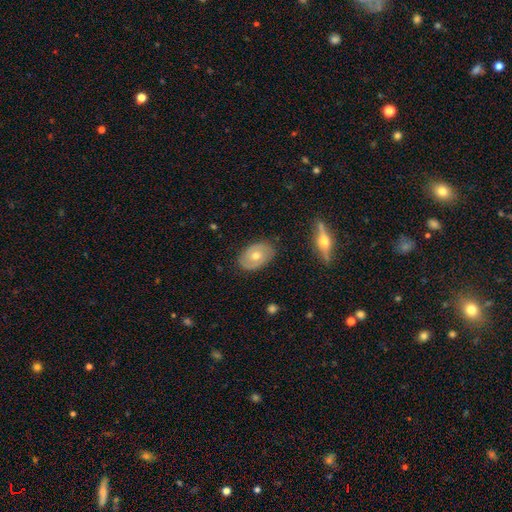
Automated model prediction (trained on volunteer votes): Morphology: type=featured or disk (56%); edge-on=no (87%); merging=none (83%).